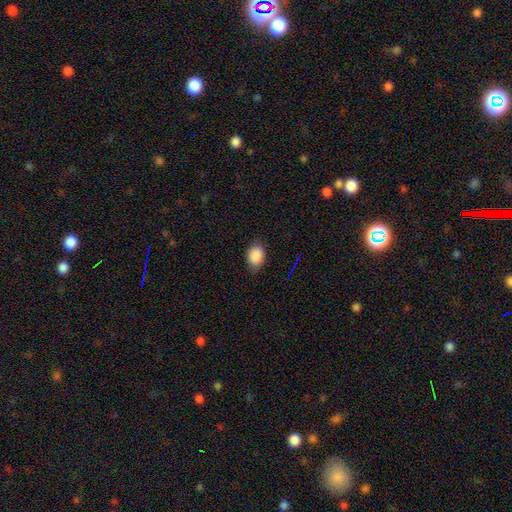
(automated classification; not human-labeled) Smooth or featured? Predicted: smooth (p=0.88). How rounded? Predicted: in between (p=0.69). Merging? Predicted: none (p=0.79).